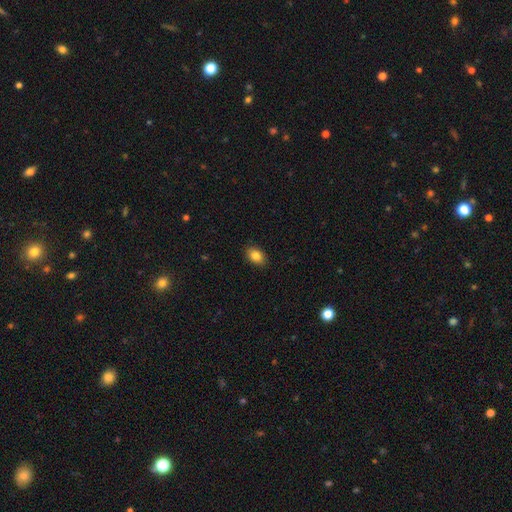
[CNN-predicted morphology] smooth_or_featured: smooth (p=0.86) [alt: star or artifact p=0.08]
how_rounded: in between (p=0.83) [alt: round p=0.15]
merging: none (p=0.89) [alt: minor disturbance p=0.08]